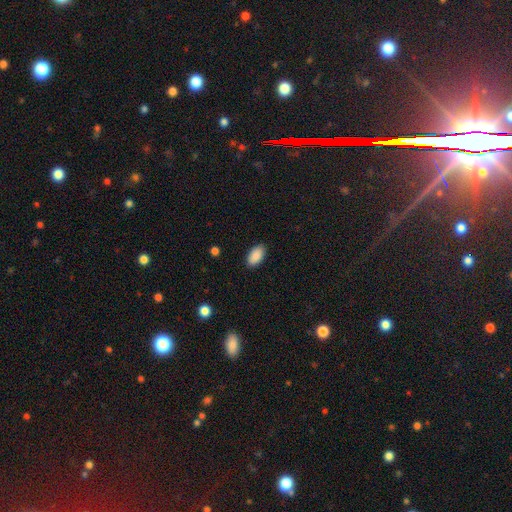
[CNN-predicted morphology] smooth 90%, star or artifact 6%, featured or disk 3%. Down the decision tree: how rounded — in between (95%); merging — none (88%).